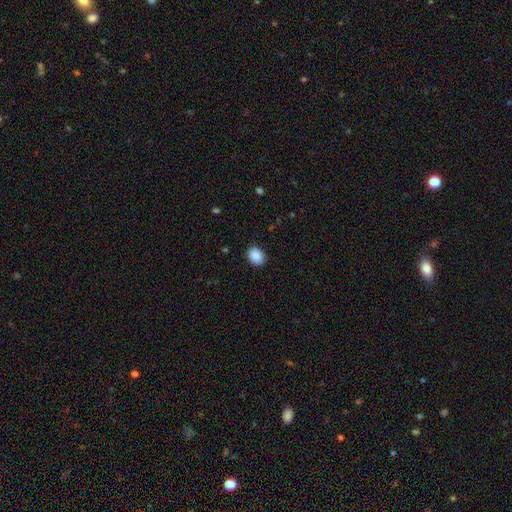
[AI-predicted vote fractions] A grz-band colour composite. It shows a smooth galaxy with no disk features (89%) that is in between round and cigar-shaped (57%). Merging: none (88%).